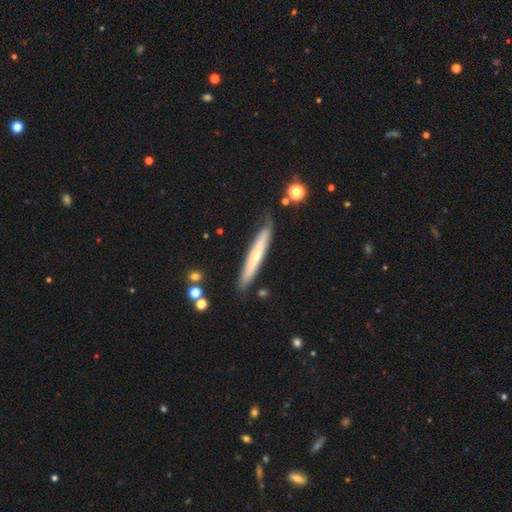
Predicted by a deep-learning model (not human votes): smooth_or_featured: smooth (p=0.51) [alt: featured or disk p=0.43]
how_rounded: cigar-shaped (p=0.94) [alt: in between p=0.04]
merging: none (p=0.77) [alt: minor disturbance p=0.17]